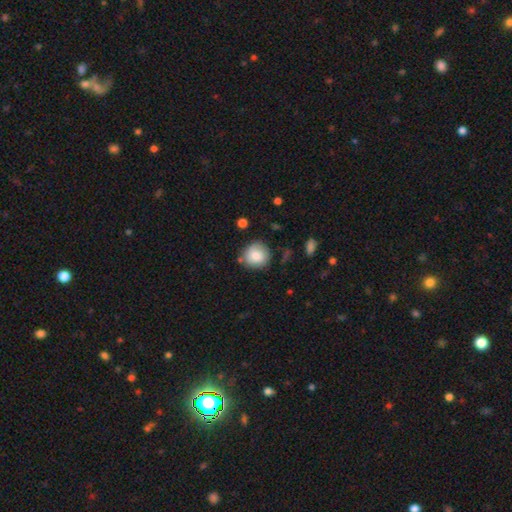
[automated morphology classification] smooth-or-featured: smooth: 83% | featured or disk: 9% | star or artifact: 8%
  how-rounded: round: 89% | in between: 10% | cigar-shaped: 1%
  merging: none: 76% | minor disturbance: 16% | merger: 4% | major disturbance: 4%